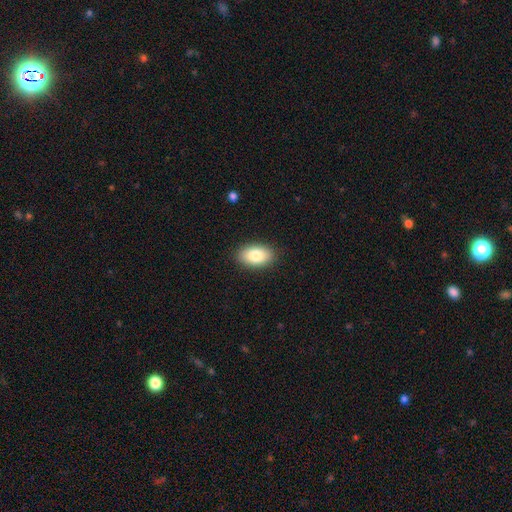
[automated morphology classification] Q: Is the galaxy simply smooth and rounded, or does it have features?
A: smooth — 84%.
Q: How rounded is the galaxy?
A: in between — 93%.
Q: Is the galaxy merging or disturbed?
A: none — 89%.